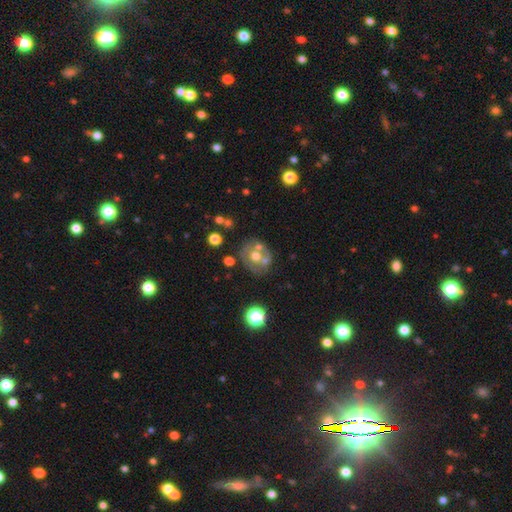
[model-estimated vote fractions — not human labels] Smooth or featured: featured or disk — 52% (smooth — 38%)
Edge-on disk: no — 96% (yes — 4%)
Merging: none — 56% (merger — 19%)